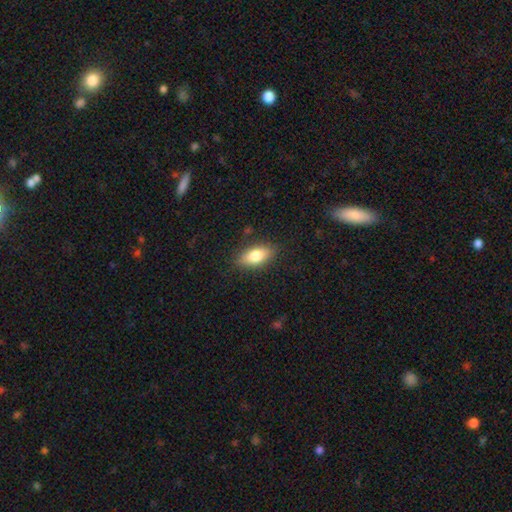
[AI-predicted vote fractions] A smooth galaxy with no disk features (77%) that is in between round and cigar-shaped (85%). Merging: none (85%).